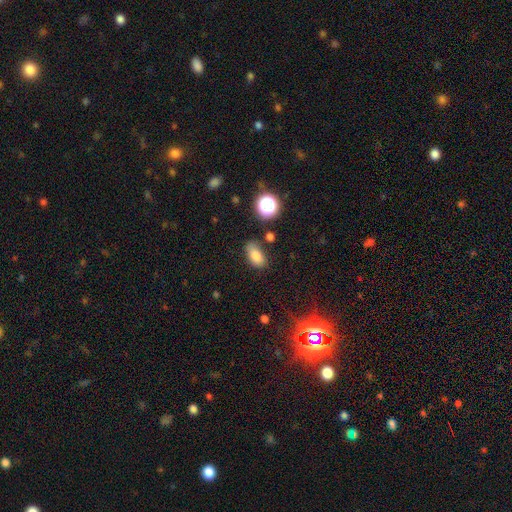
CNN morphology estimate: type=smooth (80%); roundness=in between (88%); merging=none (68%).